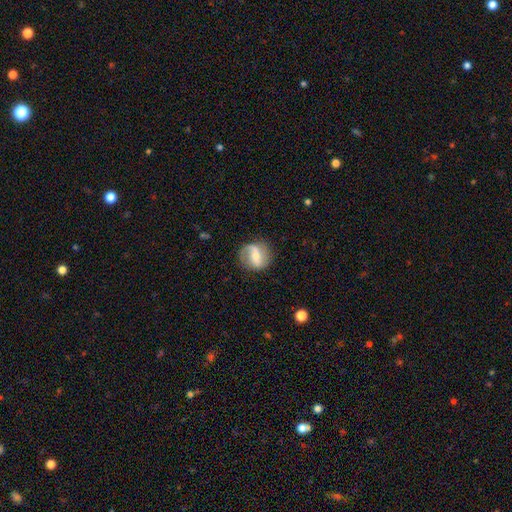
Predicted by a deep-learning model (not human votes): featured or disk 69%, smooth 24%, star or artifact 7%. Down the decision tree: edge-on disk — no (97%); bar — weak (42%); spiral arms — yes (87%); spiral arm count — 2 (77%); spiral winding — loose (46%); bulge size — moderate (48%); merging — none (75%).